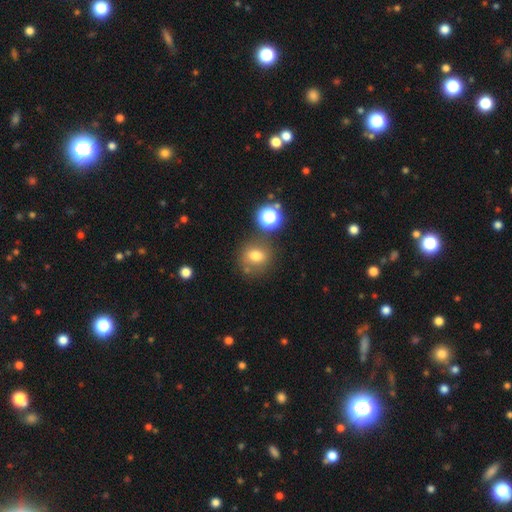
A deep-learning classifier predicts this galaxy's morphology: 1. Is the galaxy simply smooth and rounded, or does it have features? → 72% smooth, 16% star or artifact, 12% featured or disk.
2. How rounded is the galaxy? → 67% round, 32% in between, 1% cigar-shaped.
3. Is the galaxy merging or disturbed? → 71% none, 14% minor disturbance, 10% merger, 5% major disturbance.